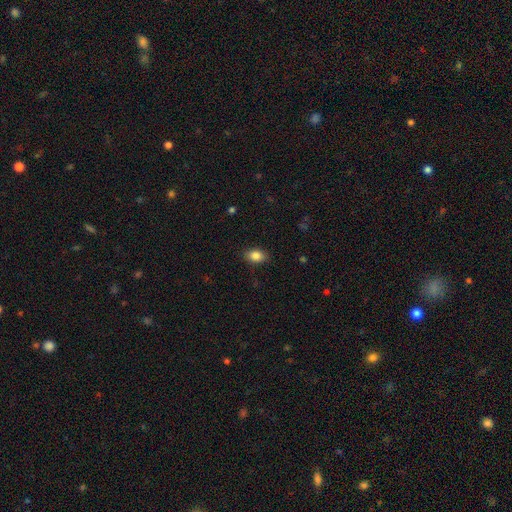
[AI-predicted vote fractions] Overall: smooth (85%). How rounded: in between (82%). Merging: none (87%).